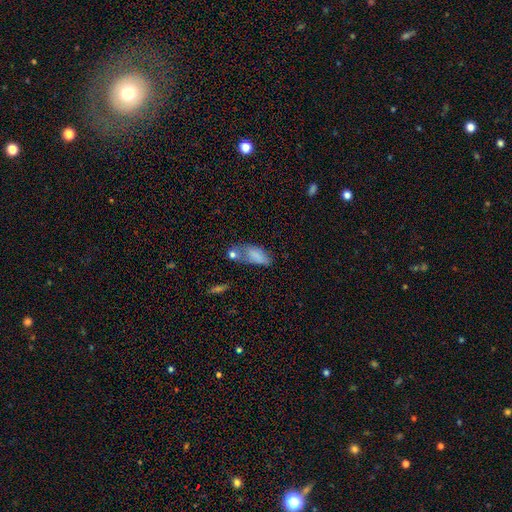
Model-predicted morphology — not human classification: Smooth or featured?
  - smooth: 77% *
  - featured or disk: 14%
  - star or artifact: 9%
How rounded?
  - in between: 85% *
  - cigar-shaped: 12%
  - round: 3%
Merging?
  - none: 36% *
  - minor disturbance: 27%
  - merger: 22%
  - major disturbance: 16%